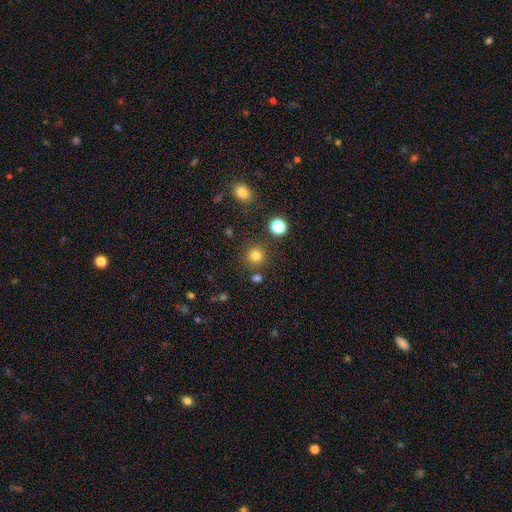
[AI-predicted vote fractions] Smooth or featured? smooth (78%)
How rounded? round (93%)
Merging? none (85%)